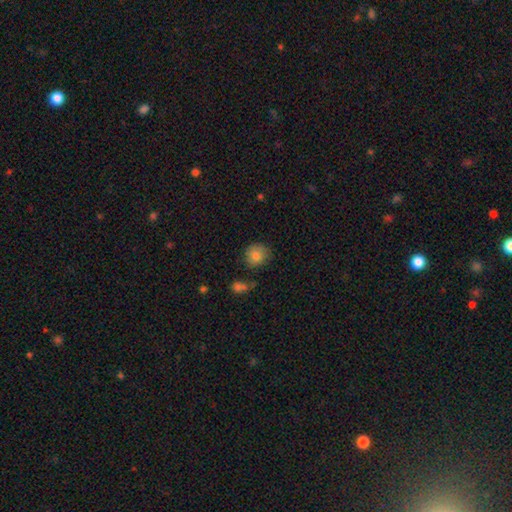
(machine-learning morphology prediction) smooth 83%, featured or disk 9%, star or artifact 8%. Down the decision tree: how rounded — round (82%); merging — none (71%).